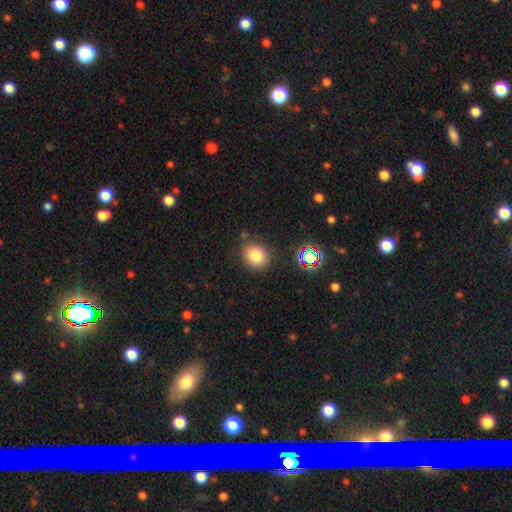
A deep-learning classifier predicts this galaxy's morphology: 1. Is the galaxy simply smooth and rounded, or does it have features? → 80% smooth, 13% star or artifact, 7% featured or disk.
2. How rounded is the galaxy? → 74% round, 25% in between, 1% cigar-shaped.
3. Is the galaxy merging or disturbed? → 81% none, 11% minor disturbance, 4% merger, 3% major disturbance.